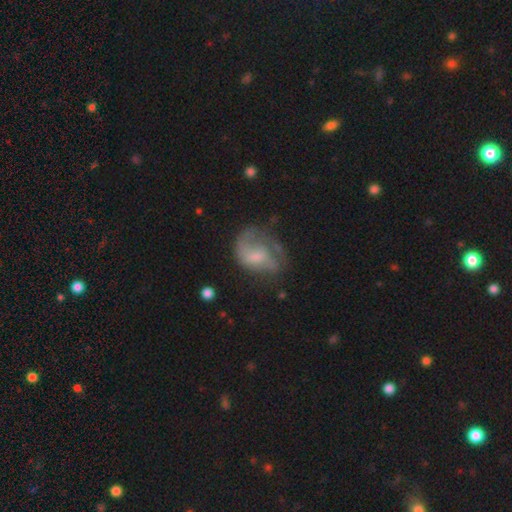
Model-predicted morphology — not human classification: Smooth or featured?
  - featured or disk: 56% *
  - smooth: 35%
  - star or artifact: 9%
Edge-on disk?
  - no: 97% *
  - yes: 3%
Bar?
  - no: 52% *
  - weak: 40%
  - strong: 9%
Spiral arms?
  - yes: 66% *
  - no: 34%
Bulge size?
  - small: 33% *
  - moderate: 30%
  - none: 29%
  - large: 6%
  - dominant: 1%
Merging?
  - none: 38% *
  - major disturbance: 34%
  - minor disturbance: 24%
  - merger: 3%